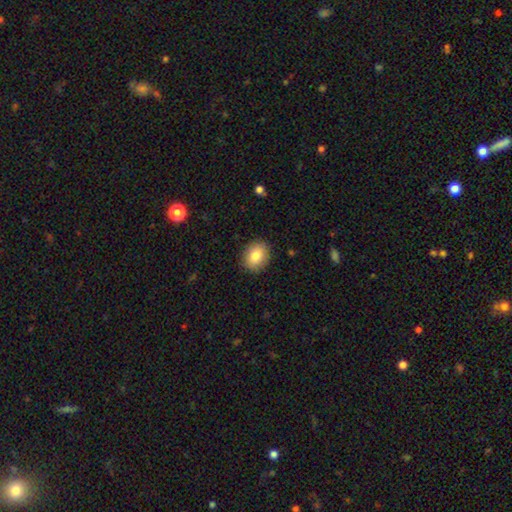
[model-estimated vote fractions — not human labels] Smooth or featured: smooth — 83% (featured or disk — 9%)
How rounded: in between — 58% (round — 41%)
Merging: none — 89% (minor disturbance — 8%)